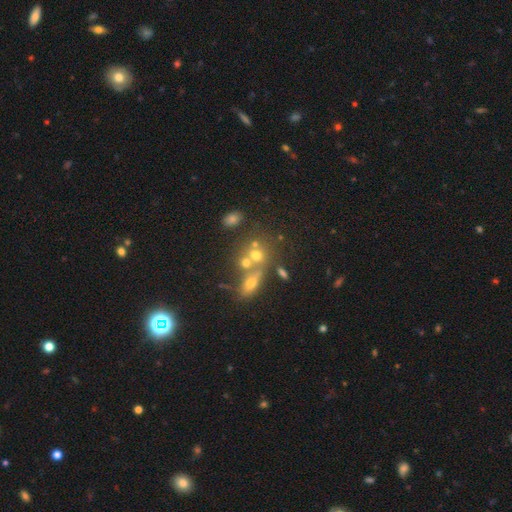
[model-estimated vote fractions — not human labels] Smooth or featured? Predicted: smooth (p=0.48). Merging? Predicted: merger (p=0.47).